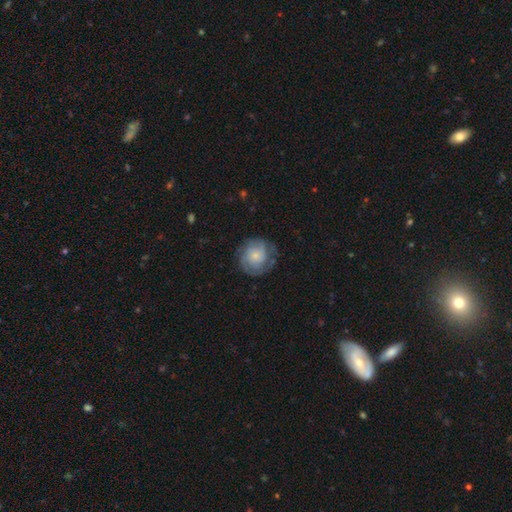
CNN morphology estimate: This is possibly a featured or disk galaxy (54%). It is clearly not viewed edge-on (98%). Bar: clearly no (81%). Spiral arm pattern: clearly yes (83%). Central bulge: likely small (60%). Merging: likely none (70%).